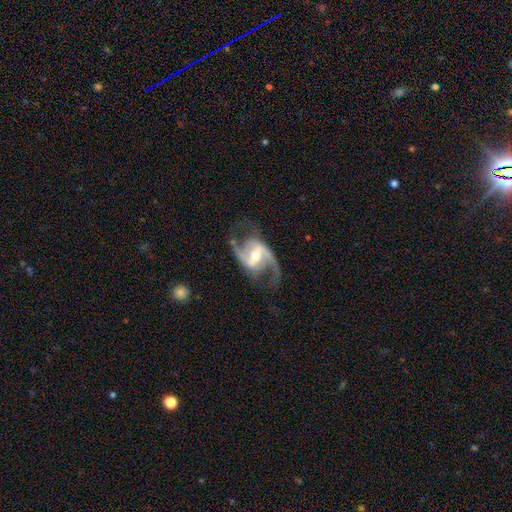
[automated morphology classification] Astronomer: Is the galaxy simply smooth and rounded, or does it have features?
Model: featured or disk — 91%.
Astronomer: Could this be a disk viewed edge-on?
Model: no — 97%.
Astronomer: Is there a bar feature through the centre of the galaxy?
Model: strong — 45% (runner-up: weak, 42%).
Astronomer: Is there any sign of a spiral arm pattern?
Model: yes — 97%.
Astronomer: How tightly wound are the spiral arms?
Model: loose — 48% (runner-up: medium, 44%).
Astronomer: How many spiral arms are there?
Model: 2 — 93%.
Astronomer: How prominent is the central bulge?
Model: moderate — 58% (runner-up: small, 35%).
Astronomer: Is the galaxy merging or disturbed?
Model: none — 75%.